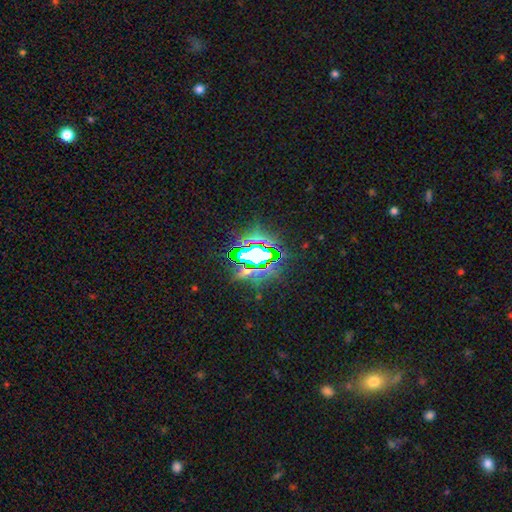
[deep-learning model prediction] star or artifact 71%, smooth 18%, featured or disk 11%.